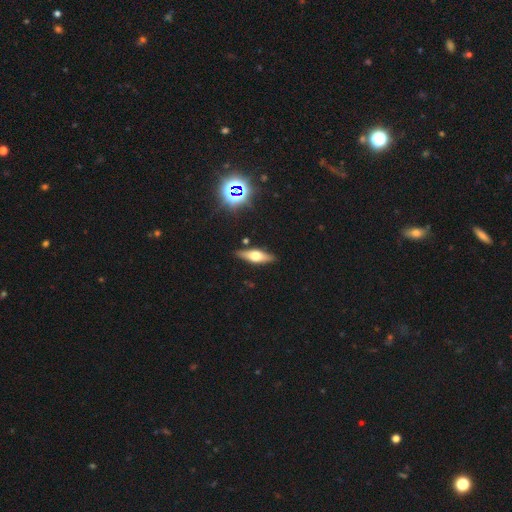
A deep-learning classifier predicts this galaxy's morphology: smooth-or-featured: featured or disk: 47% | smooth: 43% | star or artifact: 9%
  merging: none: 87% | minor disturbance: 10% | major disturbance: 2% | merger: 2%